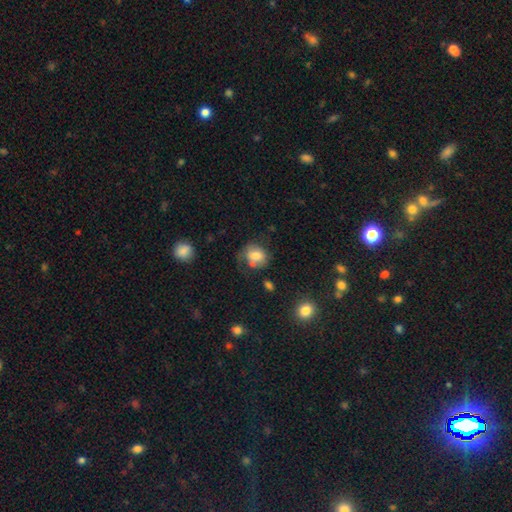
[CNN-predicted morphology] Smooth or featured?
  - smooth: 72% *
  - featured or disk: 17%
  - star or artifact: 10%
How rounded?
  - round: 57% *
  - in between: 42%
  - cigar-shaped: 1%
Merging?
  - none: 50% *
  - minor disturbance: 24%
  - merger: 14%
  - major disturbance: 12%